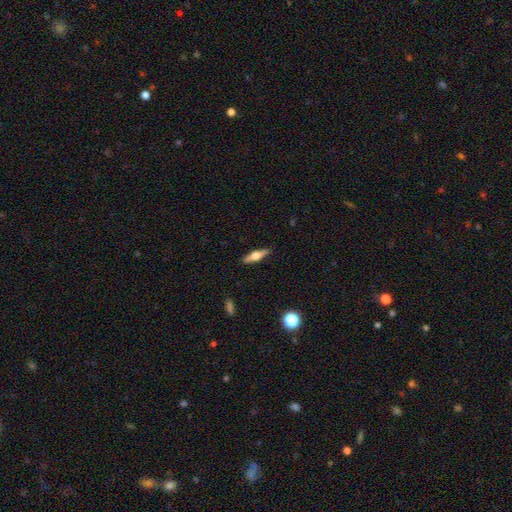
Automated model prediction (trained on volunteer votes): The model was most divided on "smooth or featured": featured or disk: 57%, smooth: 37%, star or artifact: 6%. More confident: edge-on disk — yes (95%); edge-on bulge — rounded (93%); merging — none (89%).